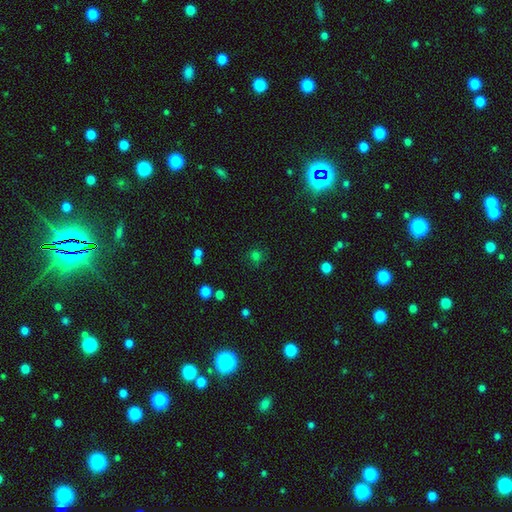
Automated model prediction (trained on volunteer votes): Smooth or featured: smooth — 69% (star or artifact — 24%)
How rounded: round — 87% (in between — 12%)
Merging: none — 76% (minor disturbance — 13%)